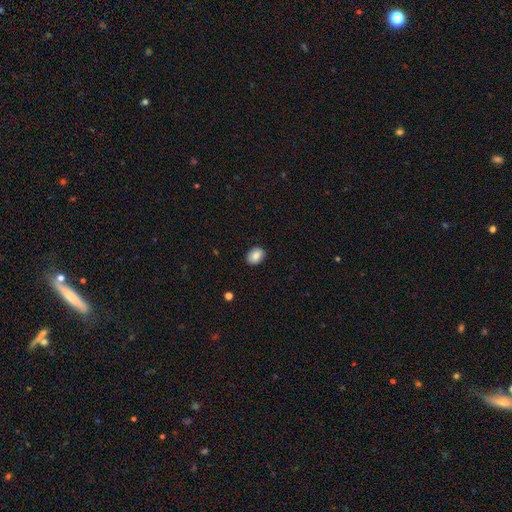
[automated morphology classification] Smooth or featured?
  - smooth: 85% *
  - star or artifact: 8%
  - featured or disk: 7%
How rounded?
  - in between: 68% *
  - round: 31%
  - cigar-shaped: 1%
Merging?
  - none: 89% *
  - minor disturbance: 8%
  - major disturbance: 2%
  - merger: 1%